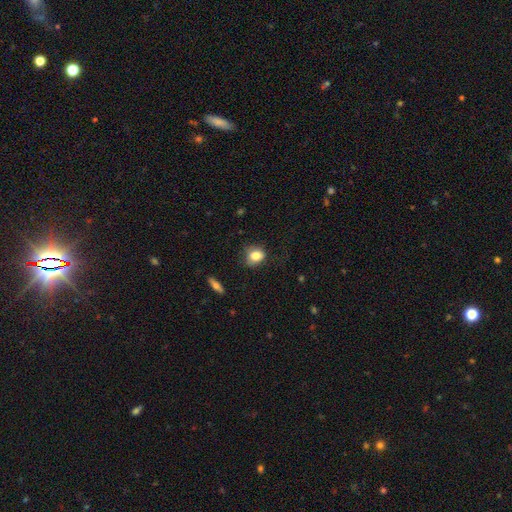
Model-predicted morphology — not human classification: A smooth galaxy with no disk features (82%) that is round (55%). Merging: none (65%).